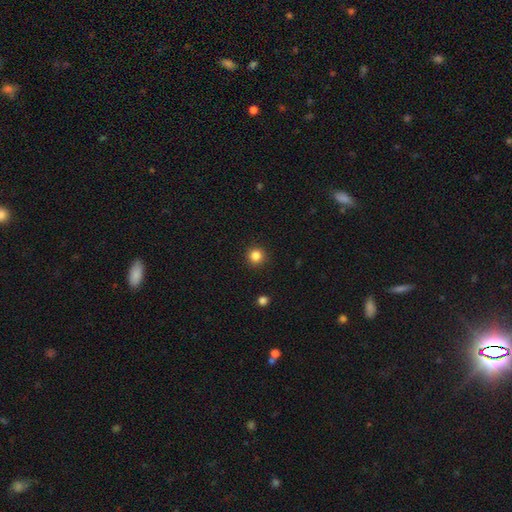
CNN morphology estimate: This appears to be a smooth galaxy with no disk features (85%) that is round (95%). Merging: none (92%).